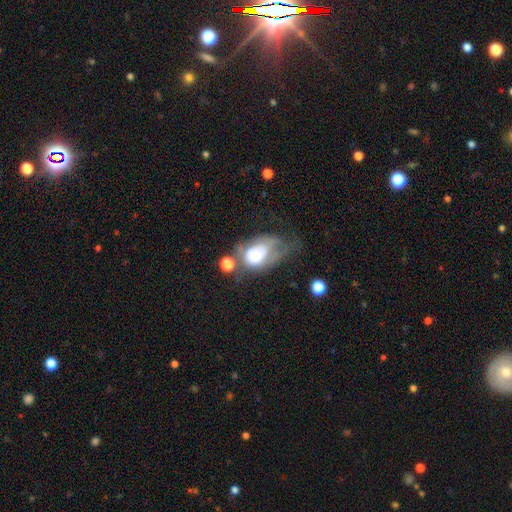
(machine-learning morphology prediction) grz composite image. It shows a featured or disk galaxy (47%). Merging: major disturbance (41%).